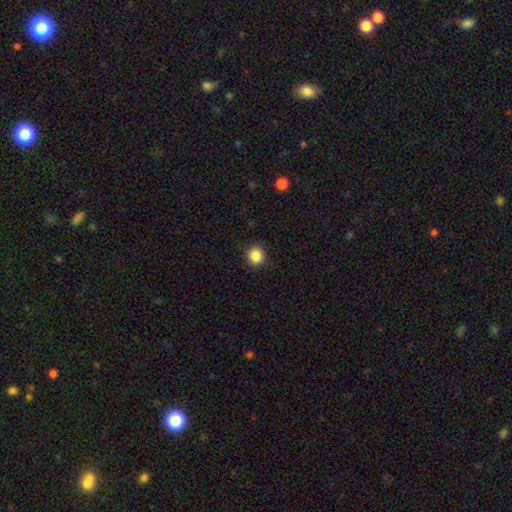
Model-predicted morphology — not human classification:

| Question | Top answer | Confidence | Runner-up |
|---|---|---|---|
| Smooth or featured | smooth | 87% | star or artifact (10%) |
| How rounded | round | 87% | in between (12%) |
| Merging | none | 91% | minor disturbance (6%) |